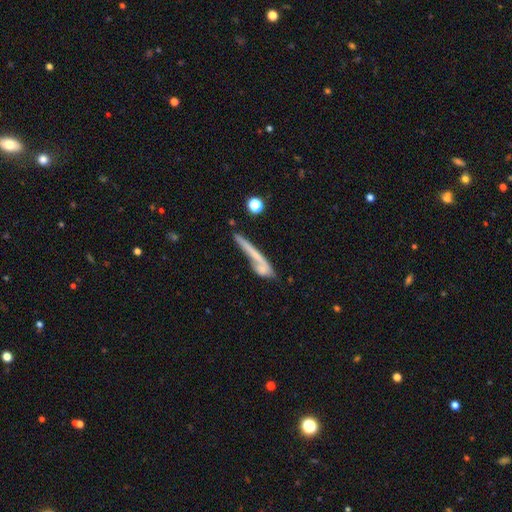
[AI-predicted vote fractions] This is possibly a smooth galaxy (49%). Merging: marginally none (42%).